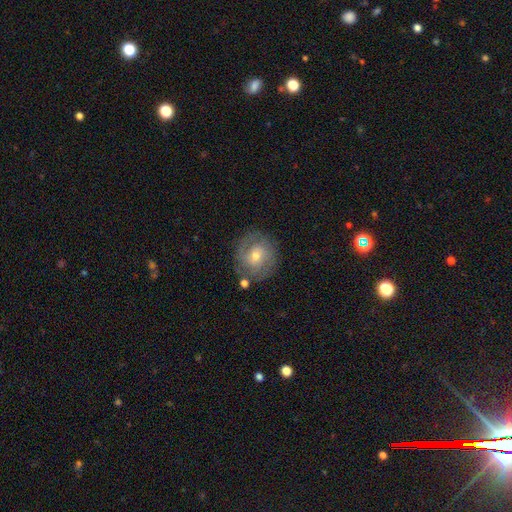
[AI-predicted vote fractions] Smooth or featured? Predicted: featured or disk (p=0.60). Edge-on disk? Predicted: no (p=0.97). Bar? Predicted: no (p=0.62). Spiral arms? Predicted: yes (p=0.81). Bulge size? Predicted: moderate (p=0.61). Merging? Predicted: none (p=0.74).